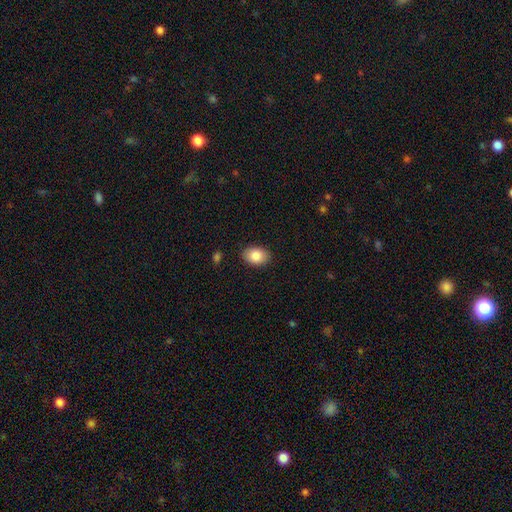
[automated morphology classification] smooth 86%, featured or disk 7%, star or artifact 7%. Down the decision tree: how rounded — in between (82%); merging — none (88%).